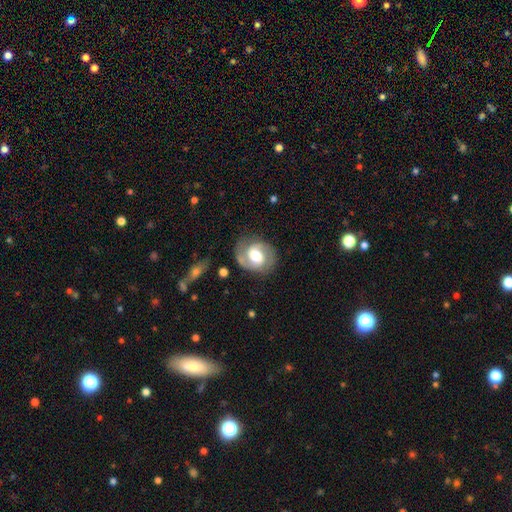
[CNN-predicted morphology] Smooth or featured: featured or disk — 75% (smooth — 20%)
Edge-on disk: no — 98% (yes — 2%)
Bar: weak — 45% (no — 38%)
Spiral arms: yes — 89% (no — 11%)
Spiral winding: medium — 48% (tight — 33%)
Spiral arm count: 2 — 85% (1 — 6%)
Bulge size: moderate — 63% (large — 25%)
Merging: none — 75% (minor disturbance — 16%)